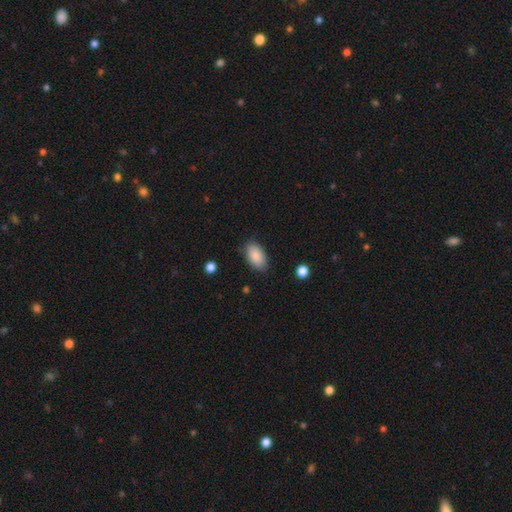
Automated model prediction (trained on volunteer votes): Smooth or featured?
  - smooth: 87% *
  - star or artifact: 7%
  - featured or disk: 6%
How rounded?
  - in between: 94% *
  - round: 4%
  - cigar-shaped: 2%
Merging?
  - none: 84% *
  - minor disturbance: 12%
  - major disturbance: 3%
  - merger: 1%